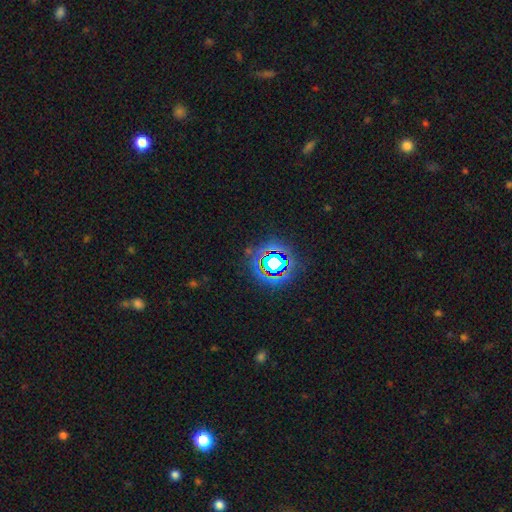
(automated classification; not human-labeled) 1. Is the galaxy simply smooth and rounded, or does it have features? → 77% star or artifact, 14% smooth, 9% featured or disk.